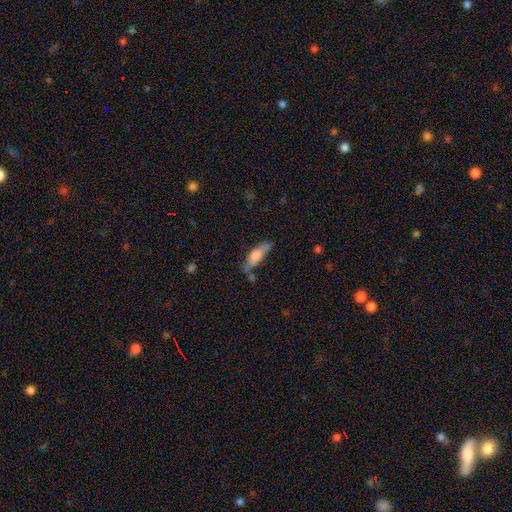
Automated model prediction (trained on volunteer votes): smooth-or-featured: smooth: 70% | featured or disk: 23% | star or artifact: 7%
  how-rounded: in between: 52% | cigar-shaped: 45% | round: 2%
  merging: none: 53% | minor disturbance: 28% | major disturbance: 9% | merger: 9%